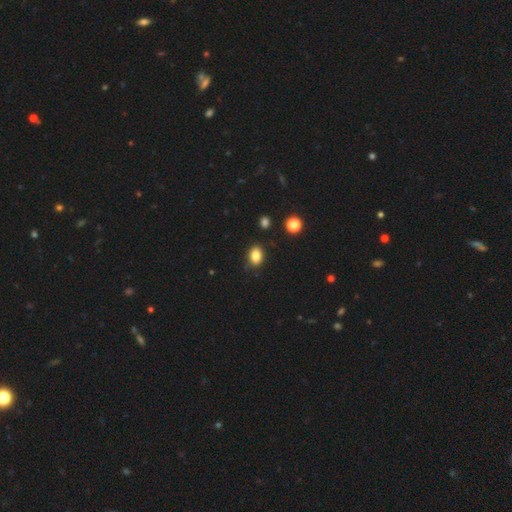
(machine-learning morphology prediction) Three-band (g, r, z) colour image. It shows a smooth galaxy with no disk features (85%) that is in between round and cigar-shaped (77%). Merging: none (80%).